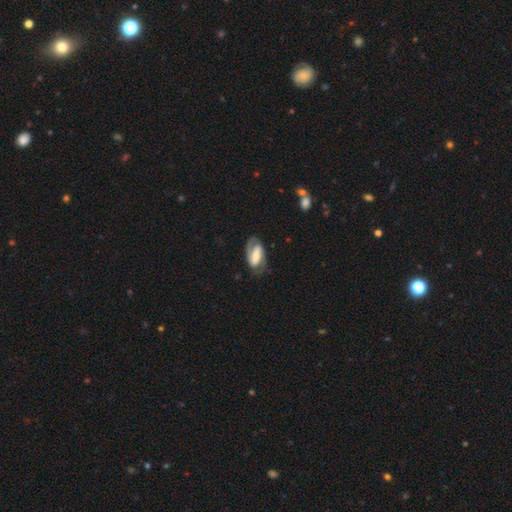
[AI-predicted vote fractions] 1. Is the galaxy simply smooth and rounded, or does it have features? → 74% featured or disk, 21% smooth, 5% star or artifact.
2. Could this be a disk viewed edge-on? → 95% no, 5% yes.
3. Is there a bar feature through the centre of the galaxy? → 48% strong, 33% weak, 19% no.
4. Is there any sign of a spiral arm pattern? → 88% yes, 12% no.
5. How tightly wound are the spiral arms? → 44% medium, 35% tight, 21% loose.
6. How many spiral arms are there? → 74% 2, 16% 1, 8% can't tell, 1% 3, 1% 4, 1% more than 4.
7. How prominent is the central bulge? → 48% moderate, 35% small, 11% large, 4% none, 2% dominant.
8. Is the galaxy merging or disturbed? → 67% none, 20% minor disturbance, 11% major disturbance, 2% merger.